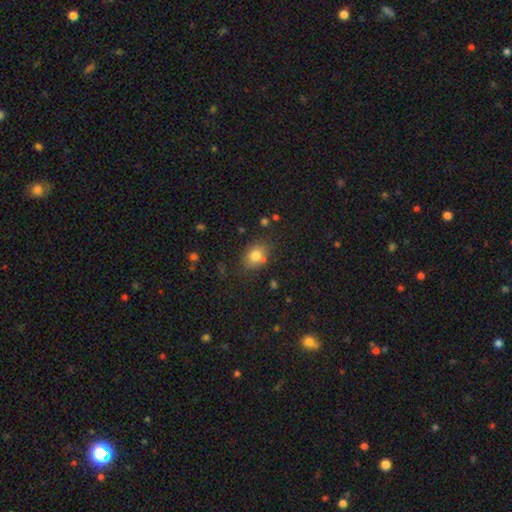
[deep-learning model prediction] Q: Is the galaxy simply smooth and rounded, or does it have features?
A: smooth — 78%.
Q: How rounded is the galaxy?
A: in between — 64%.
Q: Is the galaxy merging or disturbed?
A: none — 73%.